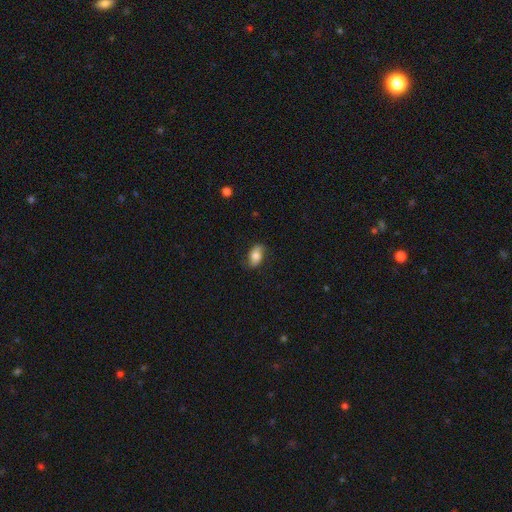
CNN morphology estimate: Smooth or featured: smooth — 77% (featured or disk — 16%)
How rounded: in between — 90% (round — 7%)
Merging: none — 80% (minor disturbance — 15%)